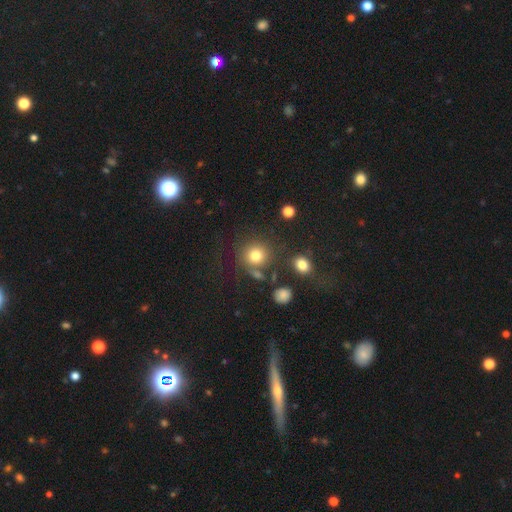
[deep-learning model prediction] This is likely a smooth galaxy (78%). How rounded: clearly round (89%). Merging: likely none (74%).